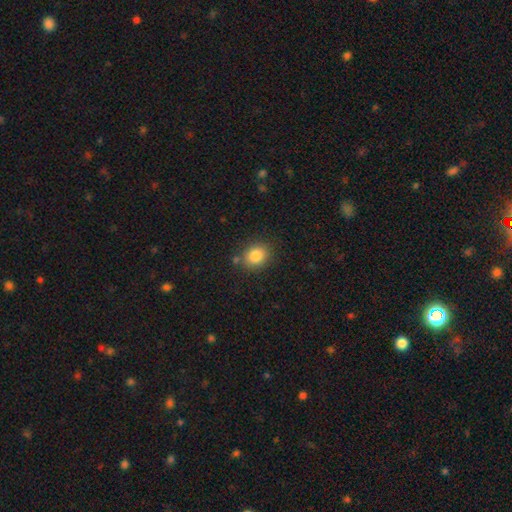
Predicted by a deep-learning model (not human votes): Overall: smooth (85%). How rounded: round (61%; in between 38%). Merging: none (80%).